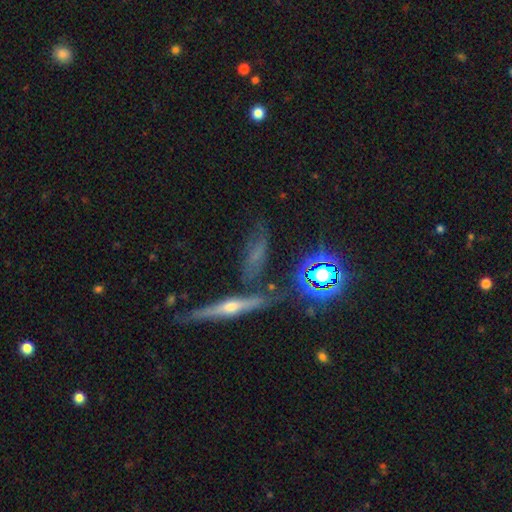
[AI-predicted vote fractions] Overall: featured or disk (47%; star or artifact 27%). Merging: none (69%).